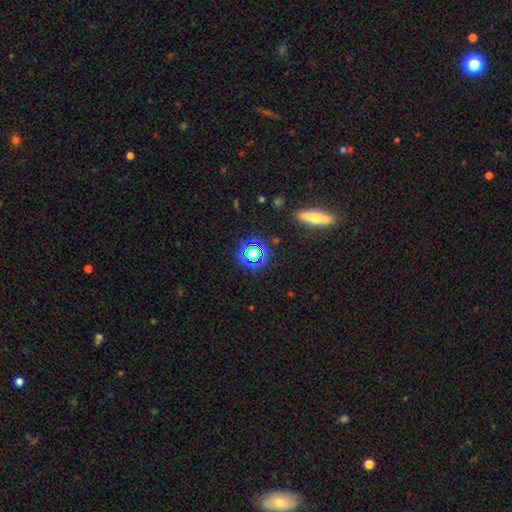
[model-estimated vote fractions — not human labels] Smooth or featured?
  - star or artifact: 61% *
  - smooth: 29%
  - featured or disk: 10%